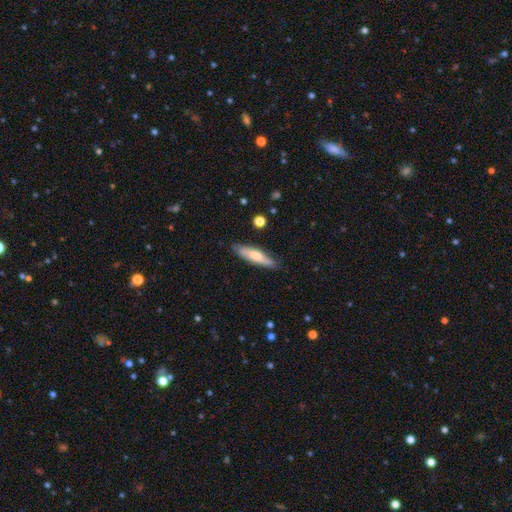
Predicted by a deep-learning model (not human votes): smooth 62%, featured or disk 32%, star or artifact 6%. Down the decision tree: how rounded — cigar-shaped (74%); merging — none (81%).